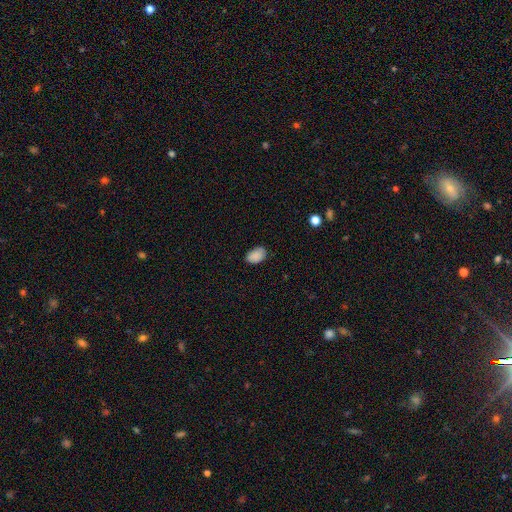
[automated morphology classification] Q: Smooth or featured?
A: smooth (88%); runner-up: star or artifact (8%)
Q: How rounded?
A: in between (88%); runner-up: round (11%)
Q: Merging?
A: none (79%); runner-up: minor disturbance (17%)